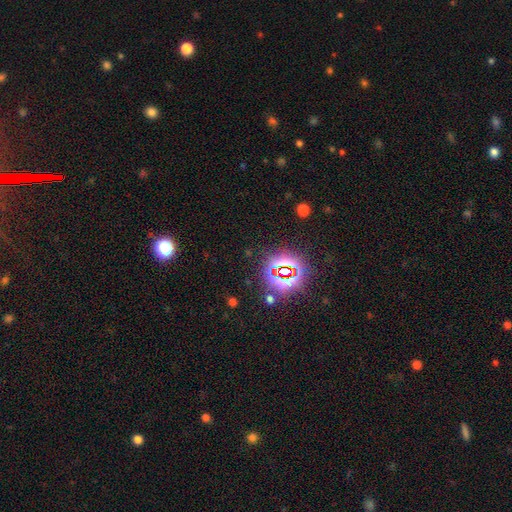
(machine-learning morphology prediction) Q: Smooth or featured?
A: star or artifact (82%); runner-up: smooth (11%)